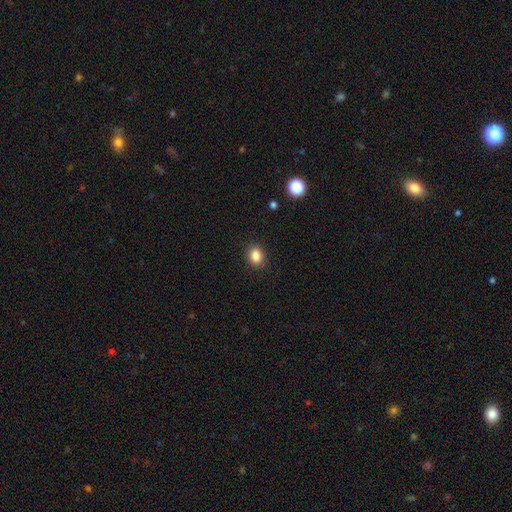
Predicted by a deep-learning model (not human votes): smooth_or_featured: smooth (p=0.86) [alt: star or artifact p=0.10]
how_rounded: in between (p=0.53) [alt: round p=0.46]
merging: none (p=0.89) [alt: minor disturbance p=0.08]